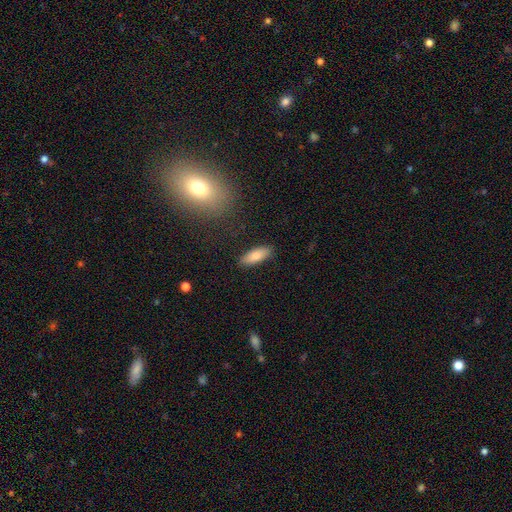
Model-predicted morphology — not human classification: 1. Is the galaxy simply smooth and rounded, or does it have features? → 82% smooth, 12% featured or disk, 6% star or artifact.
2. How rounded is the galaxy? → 71% in between, 27% cigar-shaped, 2% round.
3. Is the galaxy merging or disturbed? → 88% none, 9% minor disturbance, 2% major disturbance, 1% merger.